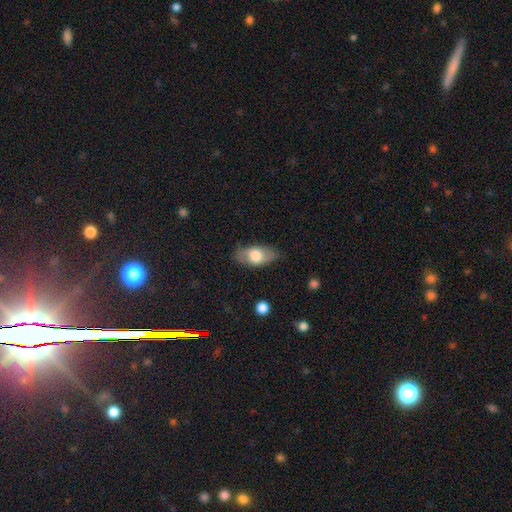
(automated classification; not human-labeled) smooth-or-featured: smooth: 63% | featured or disk: 31% | star or artifact: 6%
  how-rounded: in between: 88% | cigar-shaped: 7% | round: 6%
  merging: none: 79% | minor disturbance: 16% | major disturbance: 4% | merger: 1%